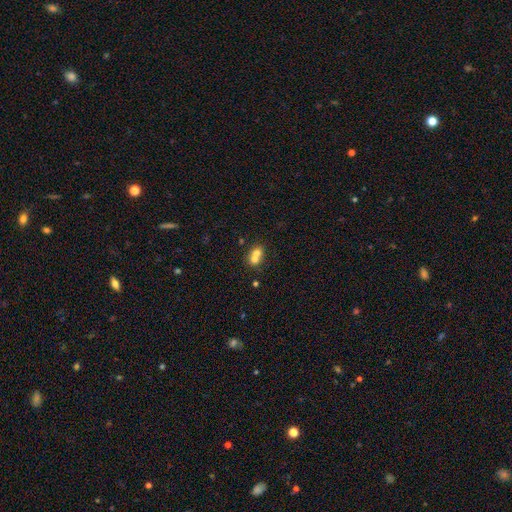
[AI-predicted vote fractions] This appears to be a smooth galaxy with no disk features (68%) that is round (63%). Merging: merger (70%).